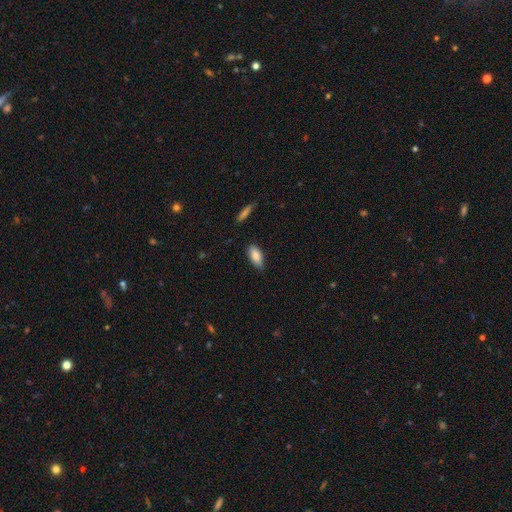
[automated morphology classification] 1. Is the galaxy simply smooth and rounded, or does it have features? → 84% smooth, 10% featured or disk, 7% star or artifact.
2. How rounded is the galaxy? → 87% in between, 11% cigar-shaped, 2% round.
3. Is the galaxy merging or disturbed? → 78% none, 18% minor disturbance, 3% major disturbance, 2% merger.